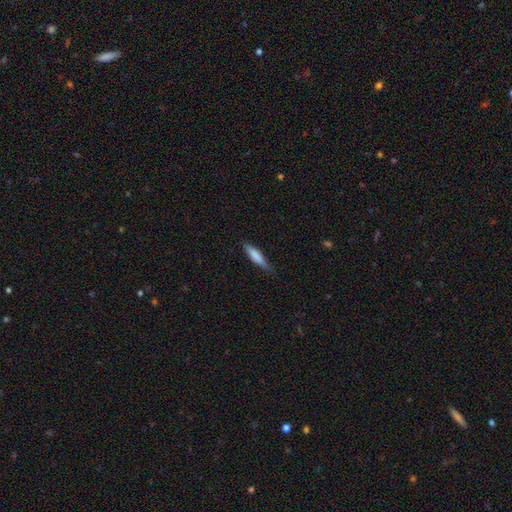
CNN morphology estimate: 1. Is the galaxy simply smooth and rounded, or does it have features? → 74% smooth, 21% featured or disk, 6% star or artifact.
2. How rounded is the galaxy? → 79% cigar-shaped, 19% in between, 2% round.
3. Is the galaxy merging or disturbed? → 76% none, 19% minor disturbance, 3% major disturbance, 1% merger.